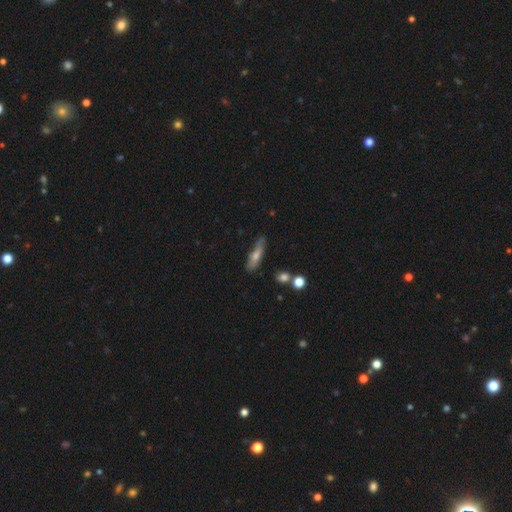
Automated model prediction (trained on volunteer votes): A smooth galaxy with no disk features (51%) that is cigar-shaped (72%).

Vote fractions:
- Smooth or featured? smooth: 51% / featured or disk: 39% / star or artifact: 10%
- How rounded? cigar-shaped: 72% / in between: 25% / round: 3%
- Merging? none: 73% / minor disturbance: 19% / major disturbance: 4% / merger: 3%